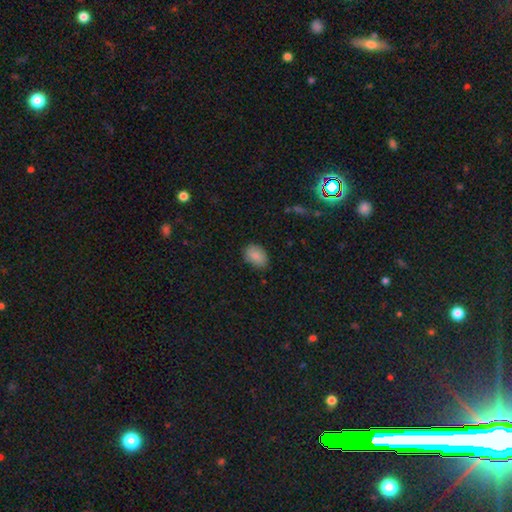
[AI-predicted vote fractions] Overall: smooth (87%). How rounded: in between (79%). Merging: none (79%).